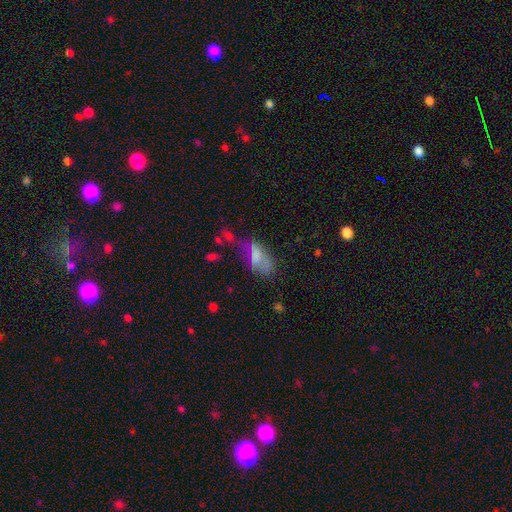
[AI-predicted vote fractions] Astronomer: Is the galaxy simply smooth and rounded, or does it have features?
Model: smooth — 57%.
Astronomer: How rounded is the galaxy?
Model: in between — 85%.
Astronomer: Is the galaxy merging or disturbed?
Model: major disturbance — 34% (runner-up: none, 27%).